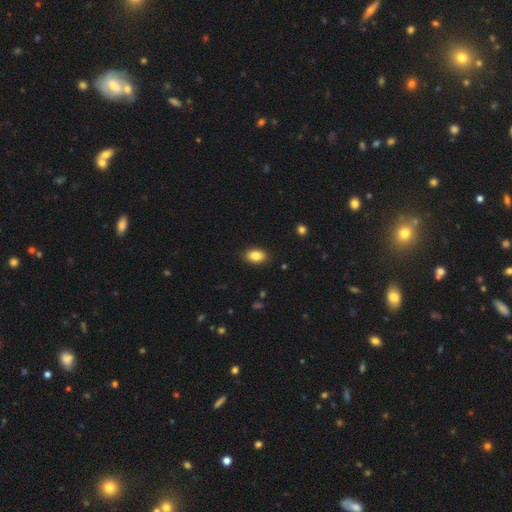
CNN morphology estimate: Smooth or featured? smooth (86%)
How rounded? in between (90%)
Merging? none (88%)